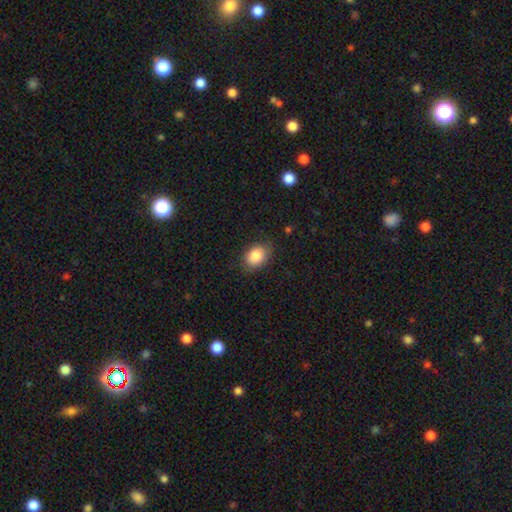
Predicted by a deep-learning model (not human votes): A smooth galaxy with no disk features (85%) that is in between round and cigar-shaped (70%).

Vote fractions:
- Smooth or featured? smooth: 85% / star or artifact: 8% / featured or disk: 7%
- How rounded? in between: 70% / round: 29% / cigar-shaped: 1%
- Merging? none: 77% / minor disturbance: 18% / major disturbance: 4% / merger: 1%